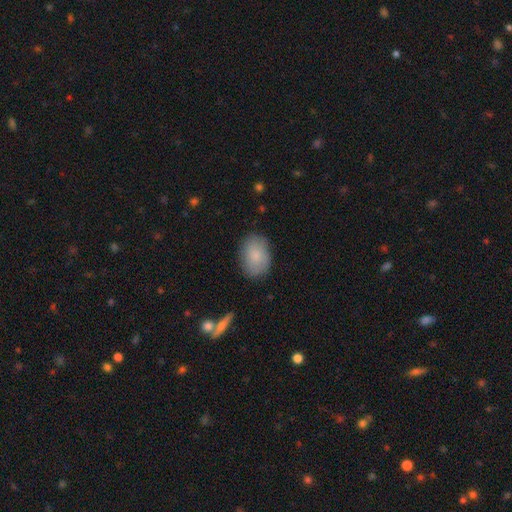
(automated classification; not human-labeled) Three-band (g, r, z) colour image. It shows a smooth galaxy with no disk features (83%) that is in between round and cigar-shaped (85%). Merging: none (82%).